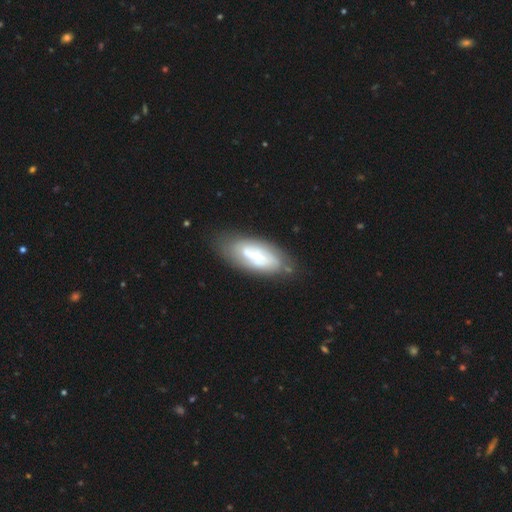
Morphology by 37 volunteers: Overall: featured or disk (62%; smooth 35%). Edge-on disk: no (78%). Bar: weak (67%). Spiral arms: yes (78%). Spiral arm count: 2 (71%). Spiral winding: tight (43%; loose 36%). Bulge size: small (56%; moderate 44%). Merging: none (69%).